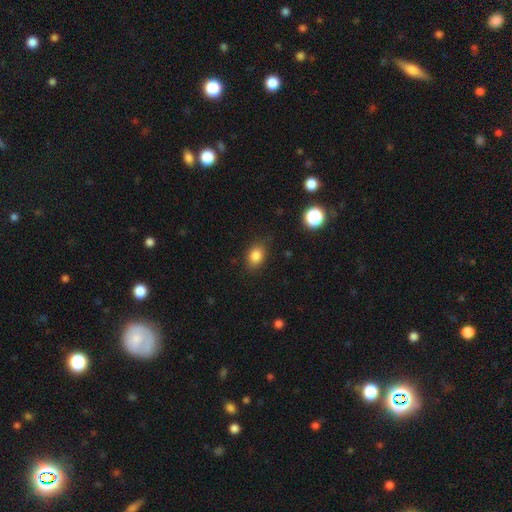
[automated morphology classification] Q: Smooth or featured?
A: smooth (84%); runner-up: star or artifact (10%)
Q: How rounded?
A: in between (69%); runner-up: round (30%)
Q: Merging?
A: none (82%); runner-up: minor disturbance (13%)